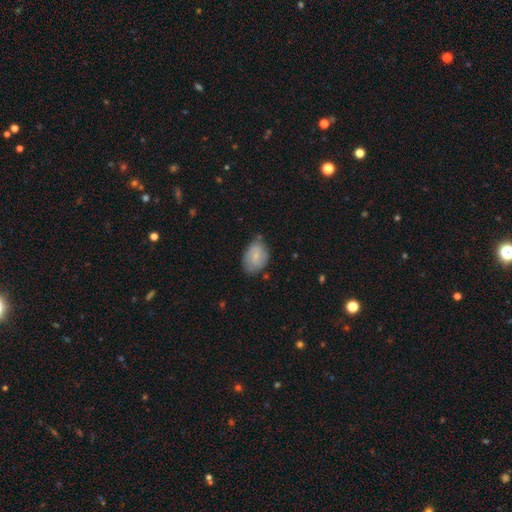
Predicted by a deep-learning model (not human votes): The model was most divided on "merging": none: 61%, minor disturbance: 31%, major disturbance: 6%, merger: 3%. More confident: how rounded — in between (80%); smooth or featured — smooth (67%).